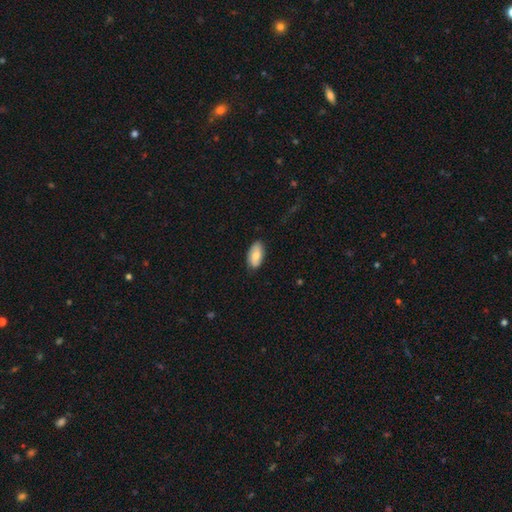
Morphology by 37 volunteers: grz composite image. It shows a smooth galaxy with no disk features (81%) that is in between round and cigar-shaped (93%). Merging: none (62%).